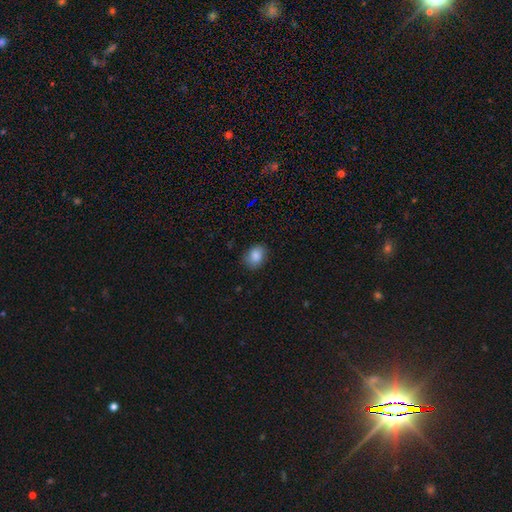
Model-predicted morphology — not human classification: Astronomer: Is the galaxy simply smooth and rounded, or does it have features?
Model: smooth — 85%.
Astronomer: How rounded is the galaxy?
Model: in between — 60% (runner-up: round, 39%).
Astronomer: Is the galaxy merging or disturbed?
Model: none — 78%.